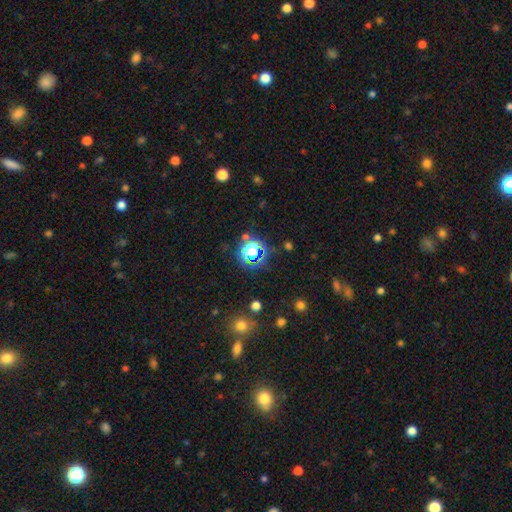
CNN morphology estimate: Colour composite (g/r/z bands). It shows a star or artifact, not a galaxy (58%).